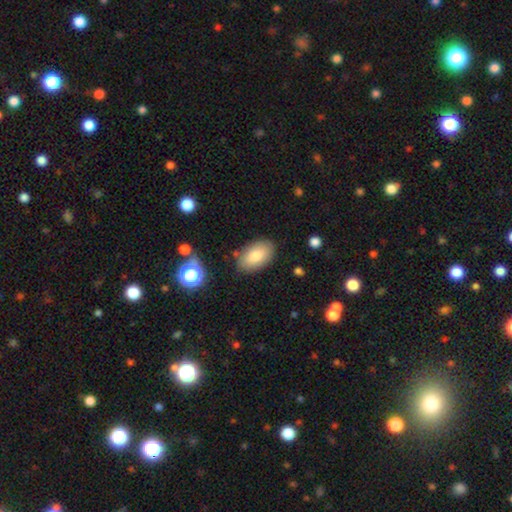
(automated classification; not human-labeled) Overall: smooth (79%). How rounded: in between (92%). Merging: none (82%).